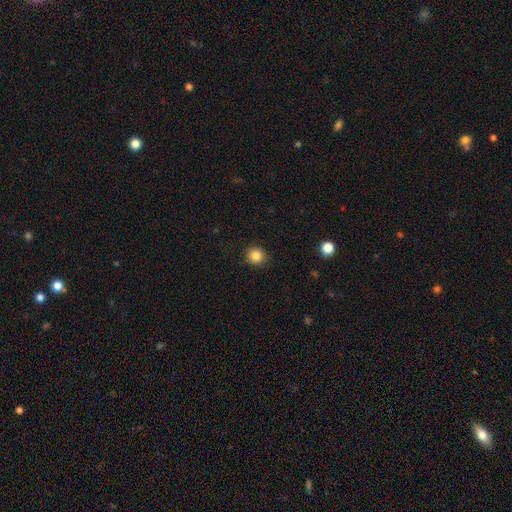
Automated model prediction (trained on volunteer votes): Smooth or featured: smooth — 85% (star or artifact — 11%)
How rounded: round — 90% (in between — 9%)
Merging: none — 90% (minor disturbance — 7%)